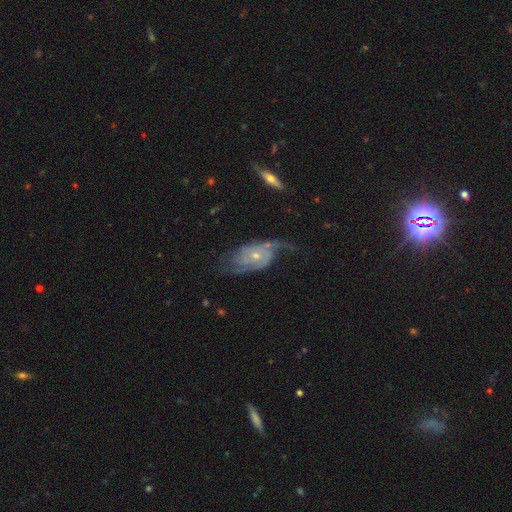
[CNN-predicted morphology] This is clearly a featured or disk galaxy (84%). It is clearly not viewed edge-on (94%). Bar: likely no (71%). Spiral arm pattern: clearly yes (94%). Spiral arm count: likely 2 (70%). Spiral winding: marginally medium (40%). Central bulge: likely small (61%). Merging: possibly none (52%).